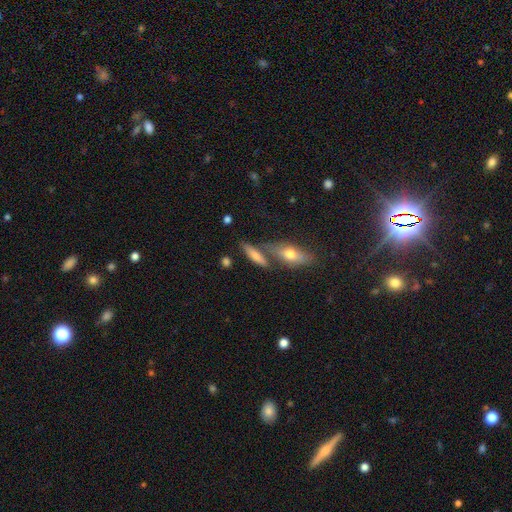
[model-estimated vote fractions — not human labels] The model was most divided on "how rounded": cigar-shaped: 55%, in between: 41%, round: 4%. More confident: smooth or featured — smooth (68%); merging — none (58%).